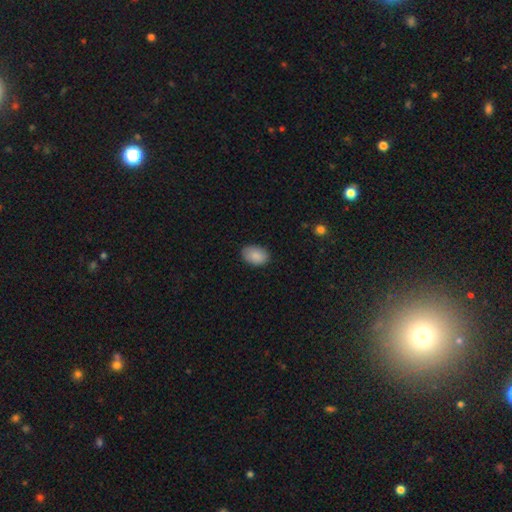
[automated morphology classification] smooth-or-featured: smooth: 89% | star or artifact: 7% | featured or disk: 4%
  how-rounded: in between: 84% | round: 15% | cigar-shaped: 1%
  merging: none: 86% | minor disturbance: 11% | major disturbance: 2% | merger: 1%